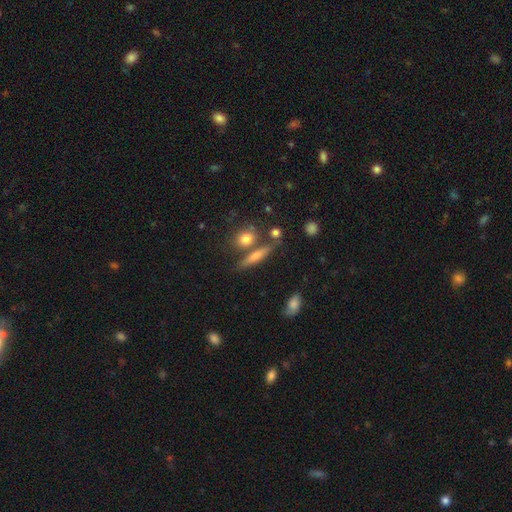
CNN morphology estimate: Overall: smooth (59%; featured or disk 32%). How rounded: cigar-shaped (67%). Merging: none (71%).